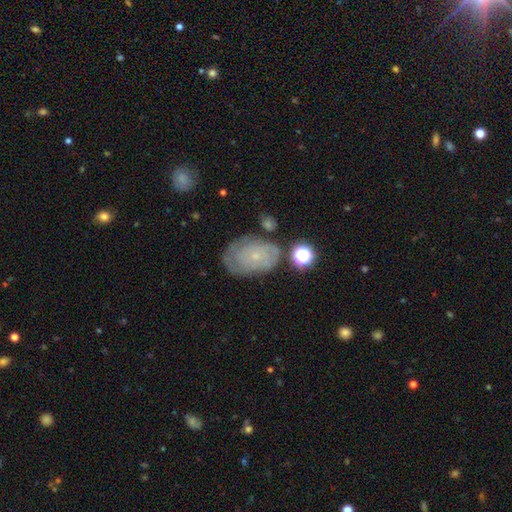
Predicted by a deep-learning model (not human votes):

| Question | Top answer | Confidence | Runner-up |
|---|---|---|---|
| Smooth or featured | featured or disk | 56% | smooth (34%) |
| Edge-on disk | no | 96% | yes (4%) |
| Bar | no | 86% | weak (12%) |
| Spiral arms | yes | 74% | no (26%) |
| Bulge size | small | 85% | moderate (9%) |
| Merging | none | 63% | minor disturbance (23%) |